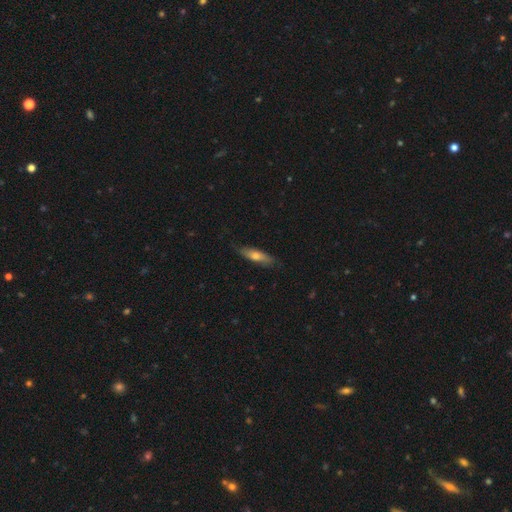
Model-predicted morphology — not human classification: smooth 62%, featured or disk 32%, star or artifact 6%. Down the decision tree: how rounded — cigar-shaped (62%); merging — none (78%).